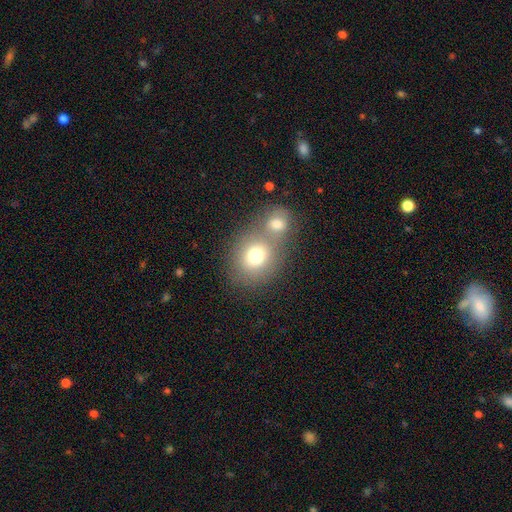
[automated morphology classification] Q: Smooth or featured?
A: smooth (74%); runner-up: featured or disk (15%)
Q: How rounded?
A: round (71%); runner-up: in between (28%)
Q: Merging?
A: merger (49%); runner-up: none (39%)